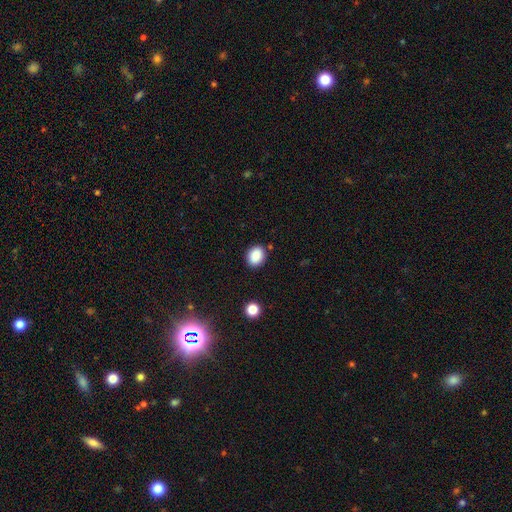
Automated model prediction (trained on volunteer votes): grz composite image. It shows a smooth galaxy with no disk features (87%) that is in between round and cigar-shaped (52%). Merging: none (86%).